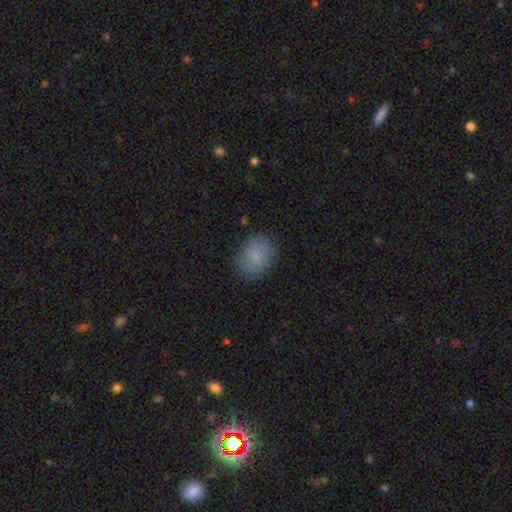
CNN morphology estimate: Q: Smooth or featured?
A: smooth (83%); runner-up: featured or disk (9%)
Q: How rounded?
A: in between (63%); runner-up: round (36%)
Q: Merging?
A: none (81%); runner-up: minor disturbance (14%)